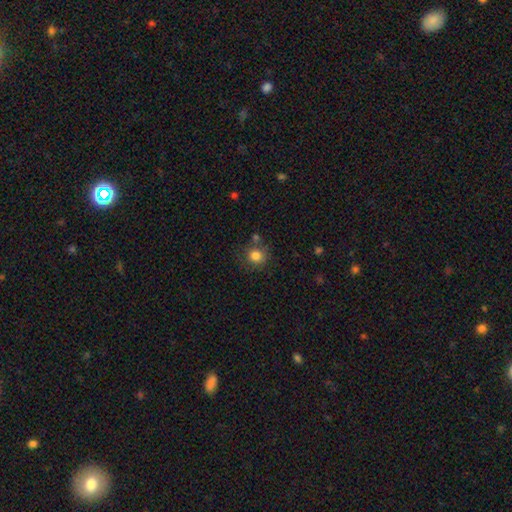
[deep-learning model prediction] Smooth or featured: smooth — 82% (star or artifact — 11%)
How rounded: round — 88% (in between — 11%)
Merging: none — 74% (minor disturbance — 13%)